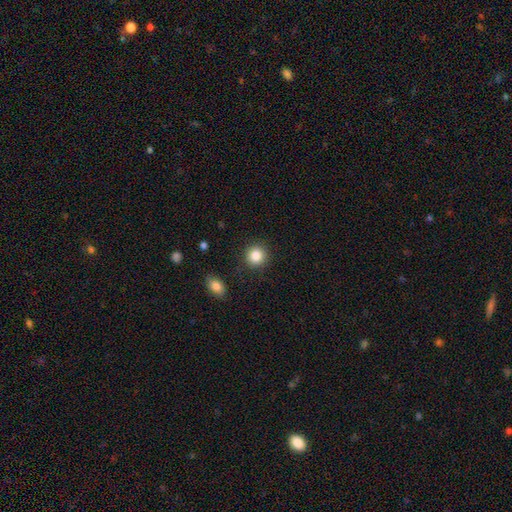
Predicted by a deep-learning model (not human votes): The model was most divided on "smooth or featured": smooth: 85%, star or artifact: 10%, featured or disk: 6%. More confident: how rounded — round (91%); merging — none (89%).